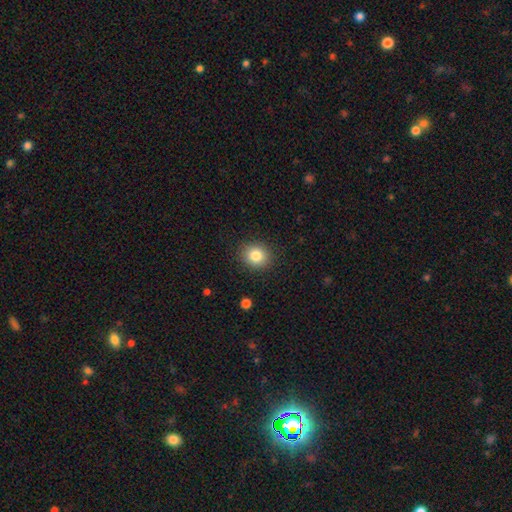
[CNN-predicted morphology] Smooth or featured: smooth — 83% (star or artifact — 10%)
How rounded: round — 74% (in between — 25%)
Merging: none — 89% (minor disturbance — 7%)